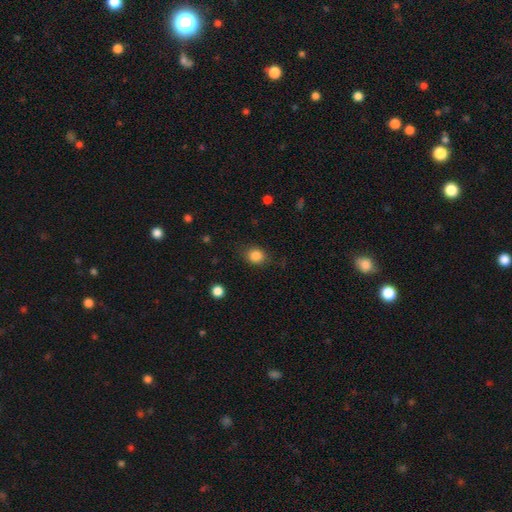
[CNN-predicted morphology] Smooth or featured? smooth (85%)
How rounded? round (65%)
Merging? none (81%)